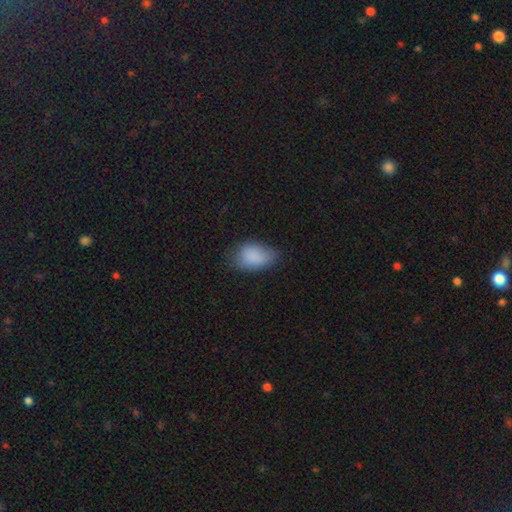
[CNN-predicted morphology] Overall: smooth (86%). How rounded: in between (87%). Merging: none (60%; minor disturbance 30%).